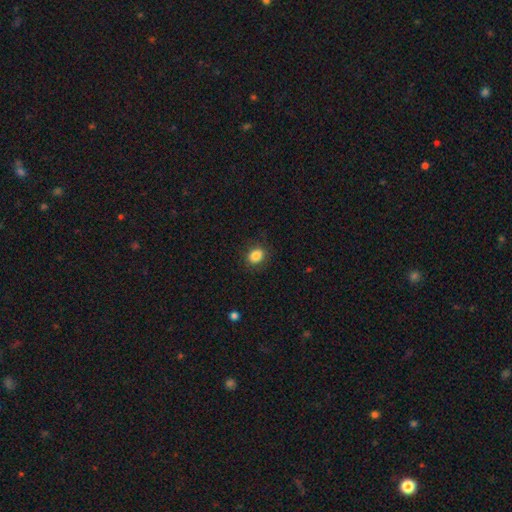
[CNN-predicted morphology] smooth_or_featured: smooth (p=0.86) [alt: star or artifact p=0.10]
how_rounded: in between (p=0.52) [alt: round p=0.47]
merging: none (p=0.86) [alt: minor disturbance p=0.10]